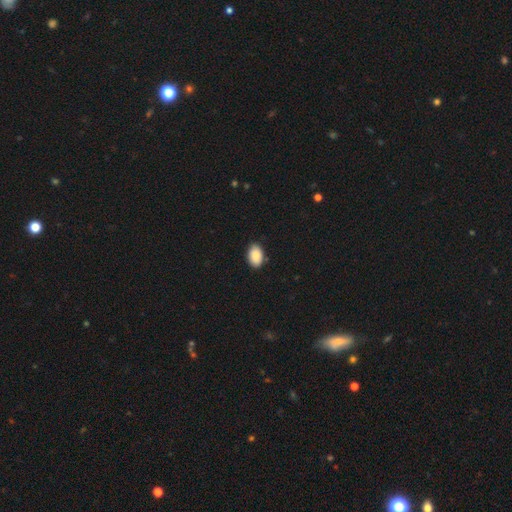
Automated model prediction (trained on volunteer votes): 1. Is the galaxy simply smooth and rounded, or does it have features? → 87% smooth, 7% star or artifact, 6% featured or disk.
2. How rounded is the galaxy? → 90% in between, 9% round, 1% cigar-shaped.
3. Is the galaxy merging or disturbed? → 86% none, 11% minor disturbance, 2% major disturbance, 1% merger.